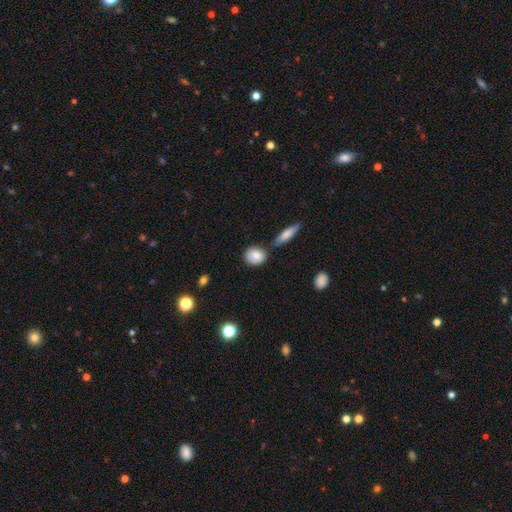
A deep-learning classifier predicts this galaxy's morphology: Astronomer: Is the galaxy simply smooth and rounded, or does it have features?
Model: smooth — 83%.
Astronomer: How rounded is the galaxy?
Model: round — 55% (runner-up: in between, 41%).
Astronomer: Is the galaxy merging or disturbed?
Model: none — 71%.